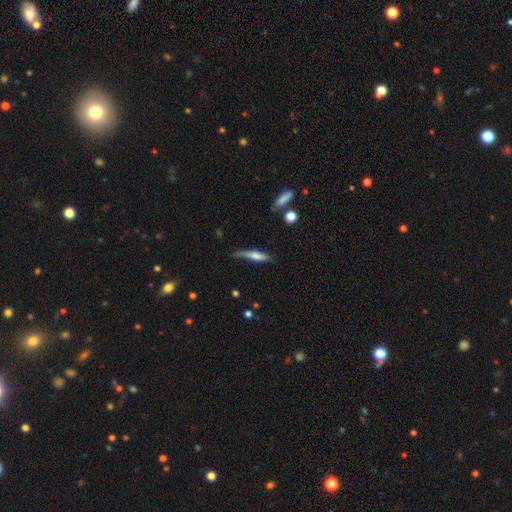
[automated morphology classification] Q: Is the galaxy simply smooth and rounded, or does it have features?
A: smooth — 53%.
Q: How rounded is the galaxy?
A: cigar-shaped — 81%.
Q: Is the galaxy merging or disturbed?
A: none — 52%.